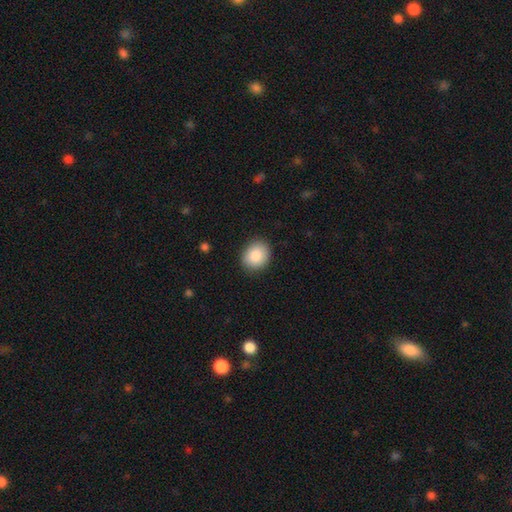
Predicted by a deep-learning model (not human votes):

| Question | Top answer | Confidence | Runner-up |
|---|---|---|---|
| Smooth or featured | smooth | 86% | star or artifact (7%) |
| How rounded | round | 60% | in between (39%) |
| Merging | none | 88% | minor disturbance (9%) |